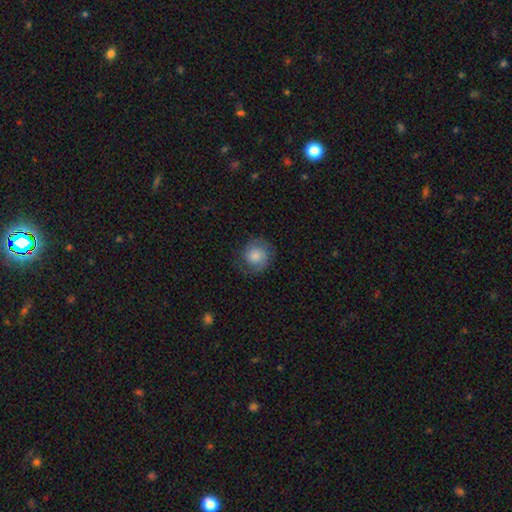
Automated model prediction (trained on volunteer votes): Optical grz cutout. It shows a smooth galaxy with no disk features (64%) that is round (86%). Merging: none (73%).